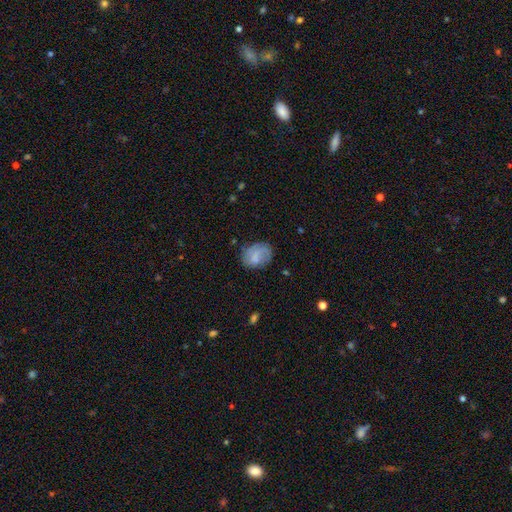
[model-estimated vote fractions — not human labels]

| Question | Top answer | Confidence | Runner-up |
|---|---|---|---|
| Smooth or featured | smooth | 63% | featured or disk (28%) |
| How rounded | in between | 61% | round (37%) |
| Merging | none | 63% | minor disturbance (24%) |